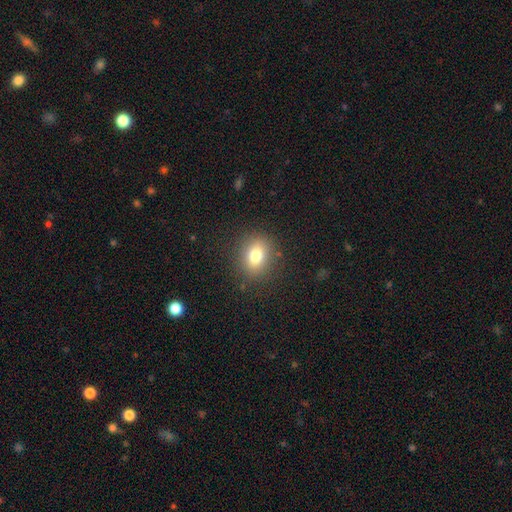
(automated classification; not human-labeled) A smooth galaxy with no disk features (77%) that is round (58%).

Vote fractions:
- Smooth or featured? smooth: 77% / star or artifact: 12% / featured or disk: 11%
- How rounded? round: 58% / in between: 40% / cigar-shaped: 1%
- Merging? none: 86% / minor disturbance: 9% / major disturbance: 4% / merger: 1%